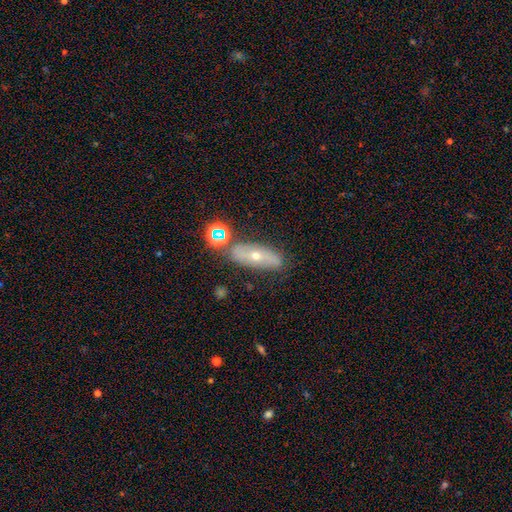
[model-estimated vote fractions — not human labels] Smooth or featured?
  - featured or disk: 47% *
  - smooth: 41%
  - star or artifact: 12%
Merging?
  - none: 72% *
  - minor disturbance: 16%
  - merger: 7%
  - major disturbance: 5%